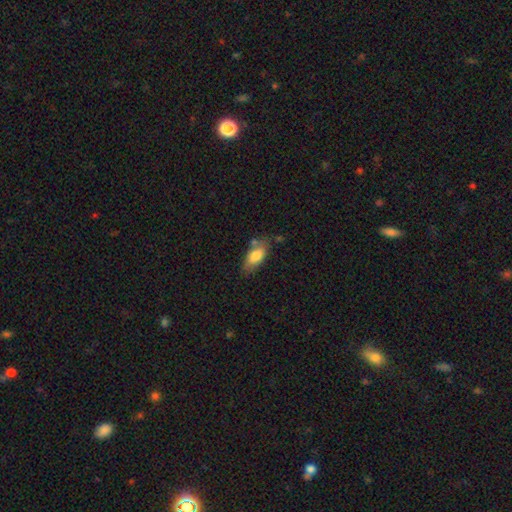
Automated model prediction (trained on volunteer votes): Smooth or featured? smooth (80%)
How rounded? in between (87%)
Merging? none (66%)